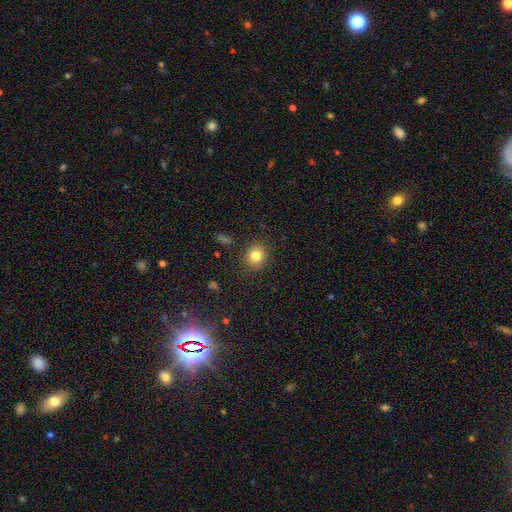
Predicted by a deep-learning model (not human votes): Smooth or featured?
  - smooth: 81% *
  - star or artifact: 11%
  - featured or disk: 7%
How rounded?
  - round: 78% *
  - in between: 21%
  - cigar-shaped: 1%
Merging?
  - none: 87% *
  - minor disturbance: 9%
  - major disturbance: 3%
  - merger: 1%